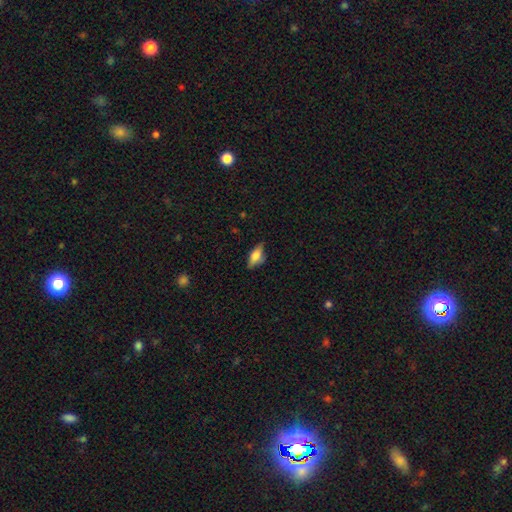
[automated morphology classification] smooth_or_featured: smooth (p=0.65) [alt: featured or disk p=0.27]
how_rounded: in between (p=0.80) [alt: cigar-shaped p=0.16]
merging: none (p=0.66) [alt: minor disturbance p=0.26]